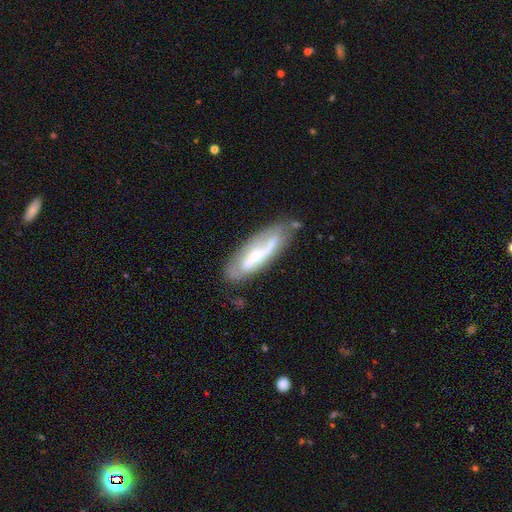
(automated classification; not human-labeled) smooth_or_featured: featured or disk (p=0.63) [alt: smooth p=0.30]
disk_edge_on: no (p=0.79) [alt: yes p=0.21]
merging: none (p=0.65) [alt: minor disturbance p=0.22]